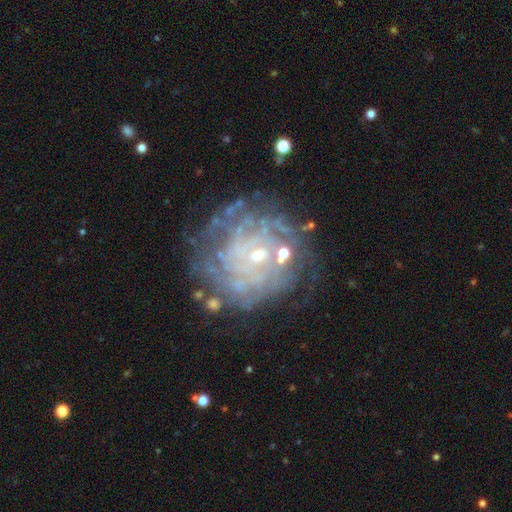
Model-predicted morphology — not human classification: A featured or disk galaxy (82%) with no bar (72%), tight (76%) spiral arms (87%) and a small central bulge (67%). Merging: none (71%).